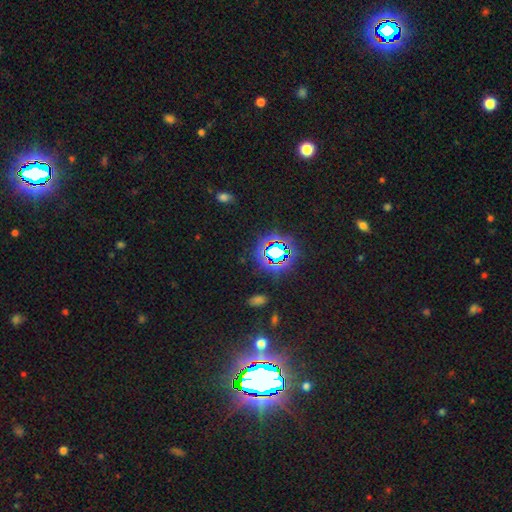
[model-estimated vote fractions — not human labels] A star or artifact, not a galaxy (78%).

Vote fractions:
- Smooth or featured? star or artifact: 78% / smooth: 13% / featured or disk: 9%